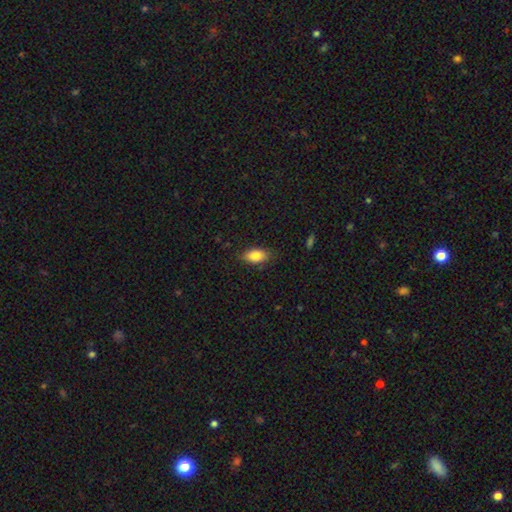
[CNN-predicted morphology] smooth_or_featured: smooth (p=0.83) [alt: featured or disk p=0.09]
how_rounded: in between (p=0.89) [alt: cigar-shaped p=0.06]
merging: none (p=0.82) [alt: minor disturbance p=0.14]